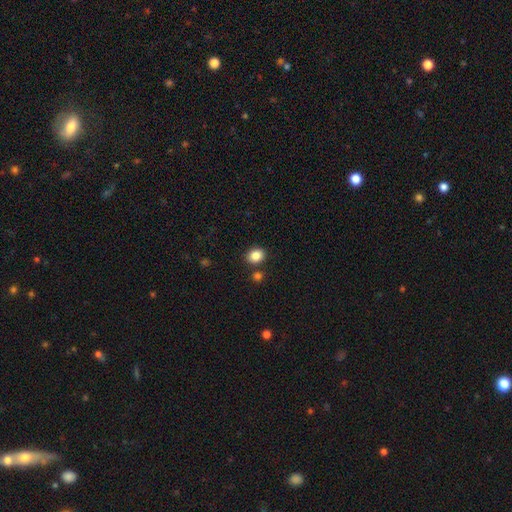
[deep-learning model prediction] Smooth or featured? smooth (86%)
How rounded? round (55%)
Merging? none (82%)